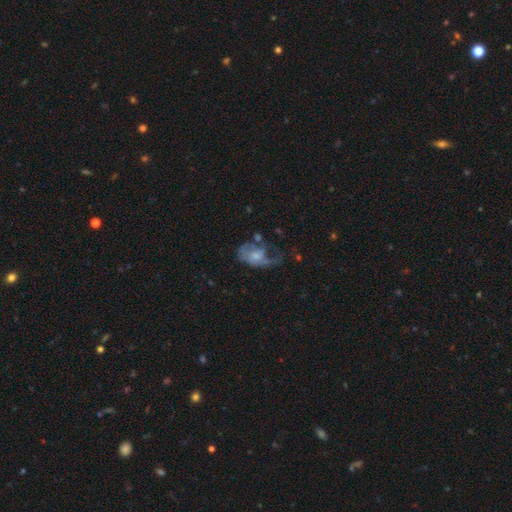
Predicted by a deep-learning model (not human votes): smooth-or-featured: featured or disk: 54% | smooth: 38% | star or artifact: 9%
  disk-edge-on: no: 96% | yes: 4%
    bar: no: 76% | weak: 21% | strong: 3%
    has-spiral-arms: yes: 54% | no: 46%
    bulge-size: moderate: 40% | small: 31% | none: 16% | large: 10% | dominant: 2%
  merging: major disturbance: 51% | none: 21% | minor disturbance: 21% | merger: 7%